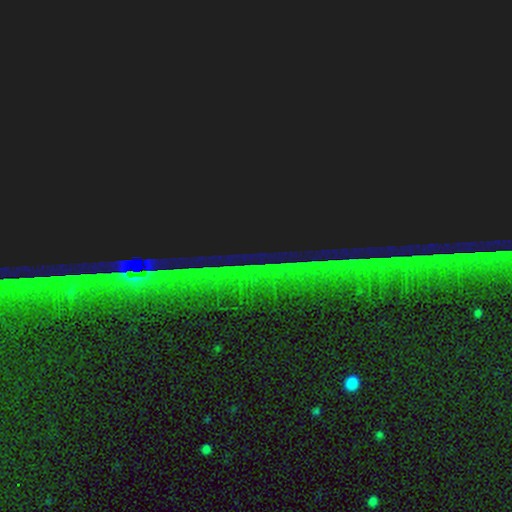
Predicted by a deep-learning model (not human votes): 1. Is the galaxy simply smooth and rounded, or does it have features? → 86% star or artifact, 8% featured or disk, 7% smooth.